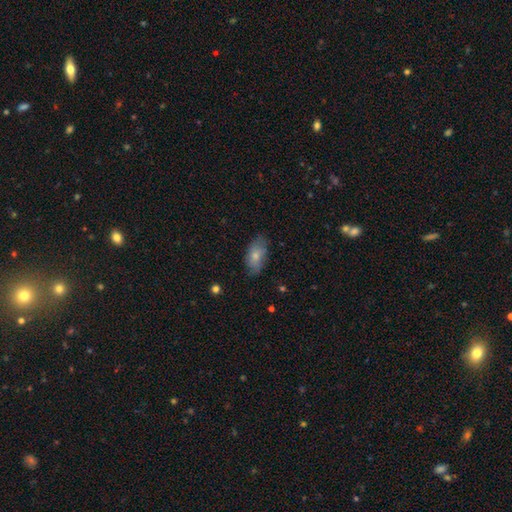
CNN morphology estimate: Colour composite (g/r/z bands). It shows a smooth galaxy with no disk features (75%) that is in between round and cigar-shaped (92%). Merging: none (72%).